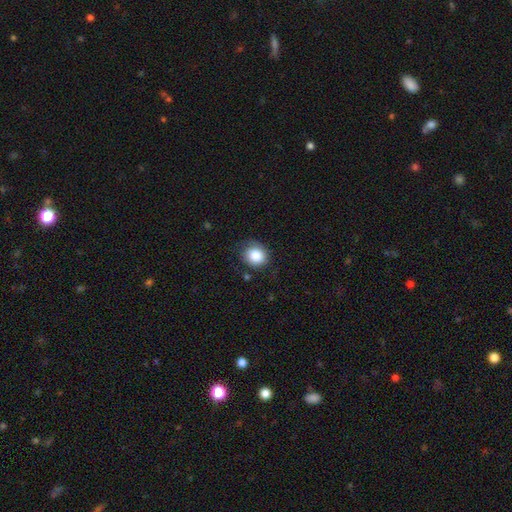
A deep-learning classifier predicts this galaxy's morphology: smooth-or-featured: smooth: 84% | star or artifact: 9% | featured or disk: 7%
  how-rounded: round: 82% | in between: 17% | cigar-shaped: 1%
  merging: none: 74% | minor disturbance: 19% | major disturbance: 5% | merger: 2%